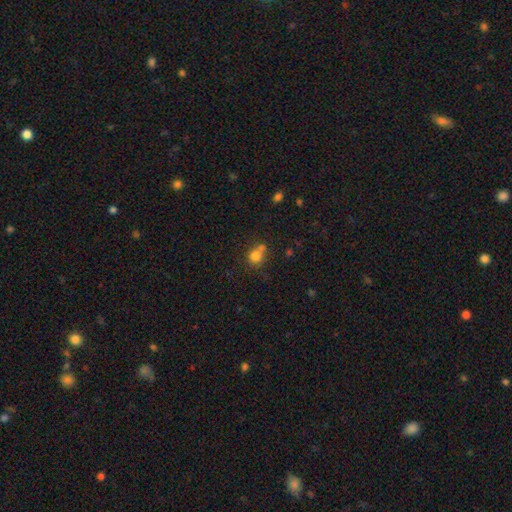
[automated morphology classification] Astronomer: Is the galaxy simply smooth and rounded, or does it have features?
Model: smooth — 78%.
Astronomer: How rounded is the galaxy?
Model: round — 76%.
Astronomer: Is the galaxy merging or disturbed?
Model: none — 44% (runner-up: merger, 35%).